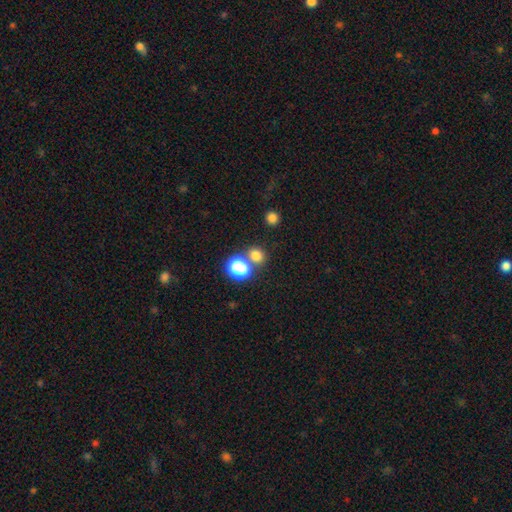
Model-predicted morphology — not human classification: Overall: smooth (75%). How rounded: round (75%). Merging: none (63%; merger 26%).